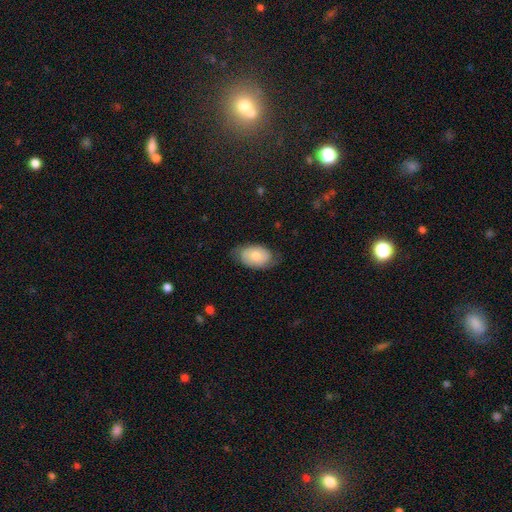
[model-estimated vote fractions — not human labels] The model was most divided on "smooth or featured": smooth: 65%, featured or disk: 29%, star or artifact: 7%. More confident: how rounded — in between (89%); merging — none (66%).